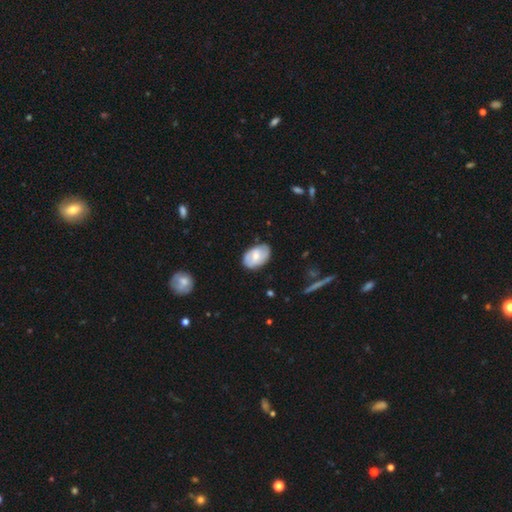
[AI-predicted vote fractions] smooth-or-featured: smooth: 50% | featured or disk: 44% | star or artifact: 6%
  how-rounded: in between: 88% | round: 11% | cigar-shaped: 1%
  merging: none: 73% | minor disturbance: 21% | major disturbance: 4% | merger: 1%